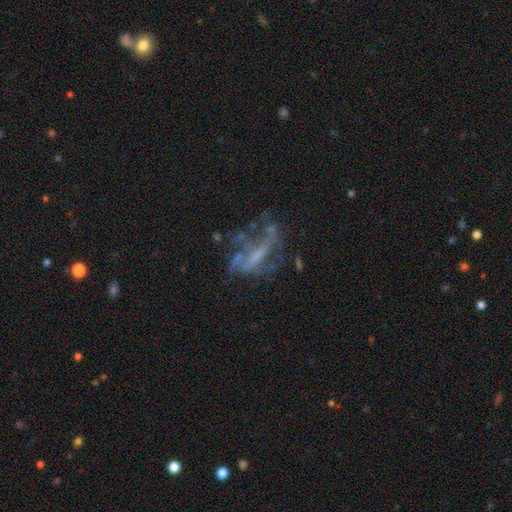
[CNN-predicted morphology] Smooth or featured? Predicted: featured or disk (p=0.67). Edge-on disk? Predicted: no (p=0.91). Bar? Predicted: no (p=0.49). Spiral arms? Predicted: no (p=0.59). Bulge size? Predicted: none (p=0.54). Merging? Predicted: none (p=0.38).